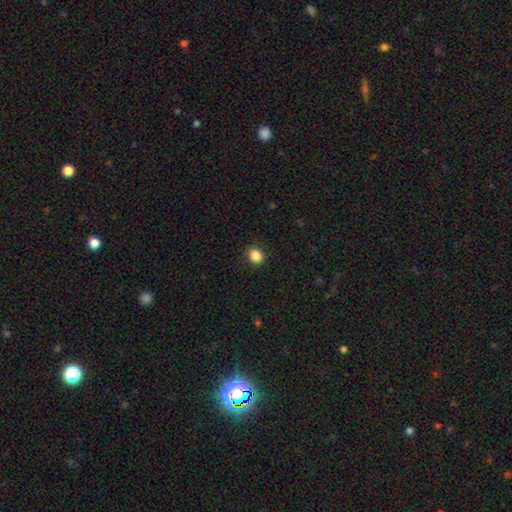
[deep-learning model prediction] Smooth or featured? smooth (87%)
How rounded? round (71%)
Merging? none (89%)